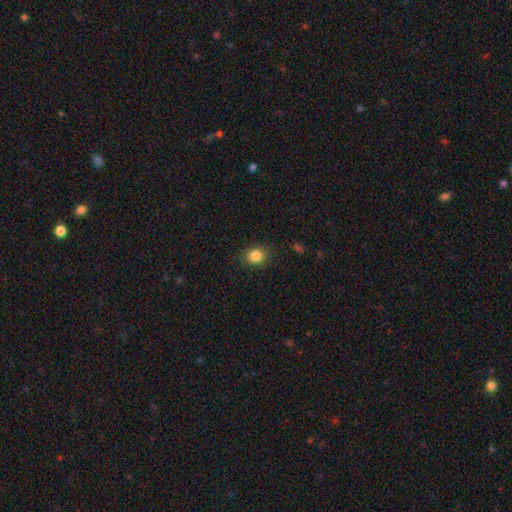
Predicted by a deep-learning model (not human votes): Smooth or featured?
  - smooth: 84% *
  - star or artifact: 11%
  - featured or disk: 5%
How rounded?
  - round: 72% *
  - in between: 27%
  - cigar-shaped: 1%
Merging?
  - none: 87% *
  - minor disturbance: 9%
  - major disturbance: 3%
  - merger: 1%